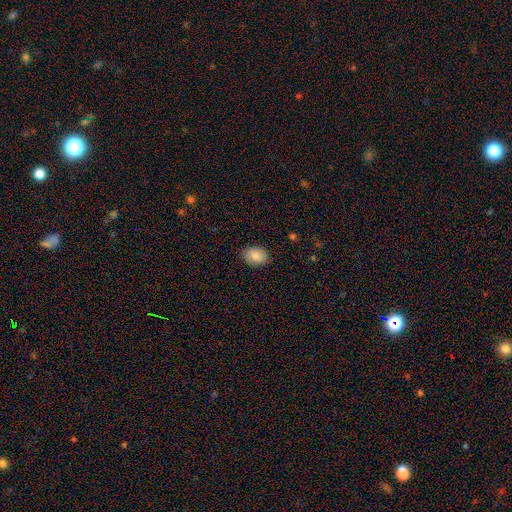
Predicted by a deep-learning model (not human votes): This appears to be a smooth galaxy with no disk features (85%) that is in between round and cigar-shaped (74%). Merging: none (86%).